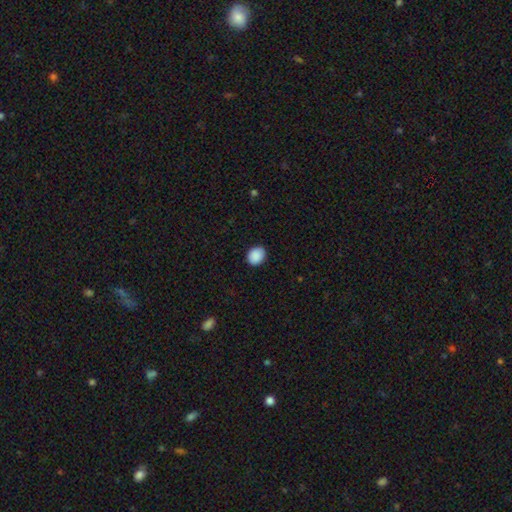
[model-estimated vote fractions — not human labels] Overall: smooth (90%). How rounded: round (60%; in between 39%). Merging: none (90%).